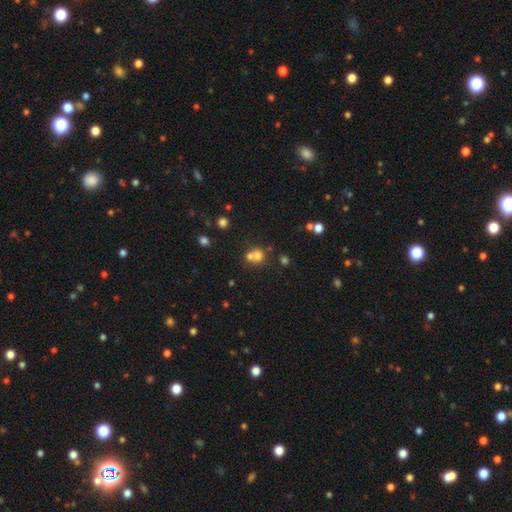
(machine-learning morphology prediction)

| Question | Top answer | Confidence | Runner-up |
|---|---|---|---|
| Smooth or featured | smooth | 70% | star or artifact (17%) |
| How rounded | round | 82% | in between (17%) |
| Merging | merger | 51% | none (39%) |